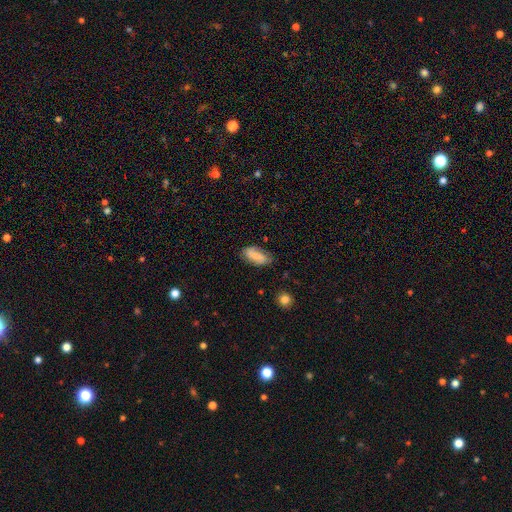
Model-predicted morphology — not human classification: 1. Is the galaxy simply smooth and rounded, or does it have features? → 59% smooth, 34% featured or disk, 8% star or artifact.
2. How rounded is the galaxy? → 90% in between, 7% cigar-shaped, 3% round.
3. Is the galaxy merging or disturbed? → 70% none, 22% minor disturbance, 5% major disturbance, 2% merger.